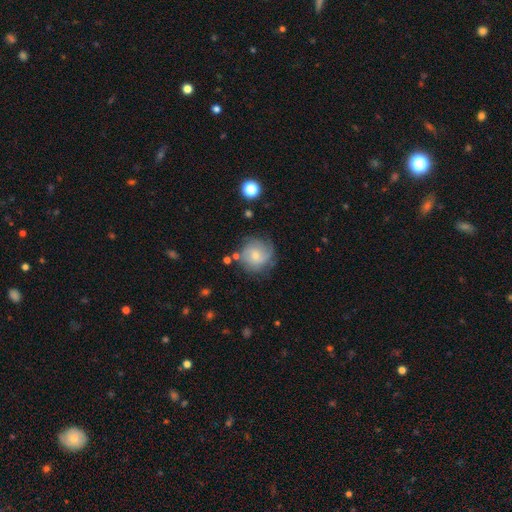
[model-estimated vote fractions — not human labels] Smooth or featured: smooth — 47% (featured or disk — 44%)
Merging: none — 68% (minor disturbance — 20%)